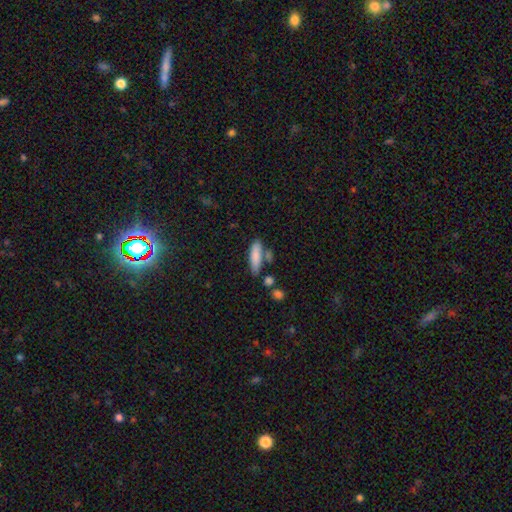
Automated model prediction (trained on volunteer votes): smooth_or_featured: smooth (p=0.82) [alt: featured or disk p=0.11]
how_rounded: cigar-shaped (p=0.51) [alt: in between p=0.47]
merging: none (p=0.64) [alt: minor disturbance p=0.17]